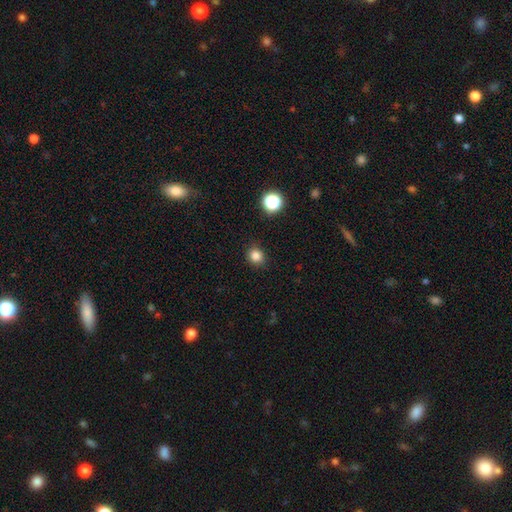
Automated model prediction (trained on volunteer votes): Morphology: type=smooth (83%); roundness=round (79%); merging=none (88%).